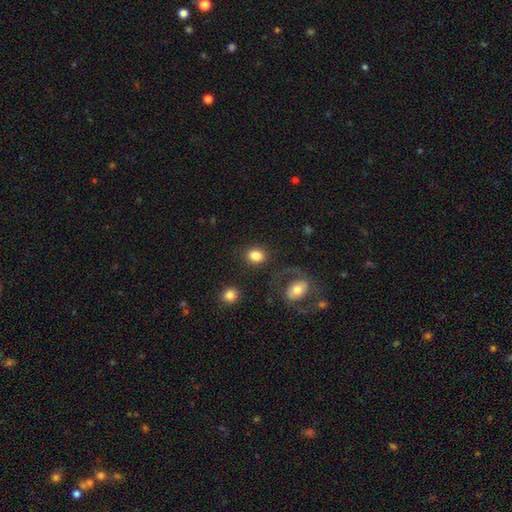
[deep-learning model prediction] Q: Smooth or featured?
A: smooth (83%); runner-up: featured or disk (9%)
Q: How rounded?
A: in between (55%); runner-up: round (44%)
Q: Merging?
A: none (79%); runner-up: minor disturbance (11%)